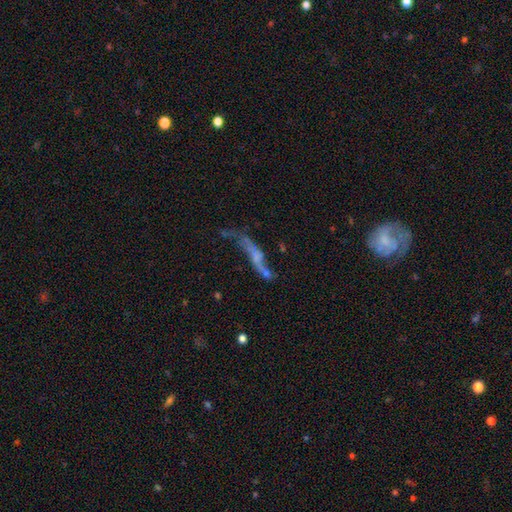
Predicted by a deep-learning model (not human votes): This is likely a featured or disk galaxy (62%). It is likely not viewed edge-on (73%). Merging: marginally none (32%).